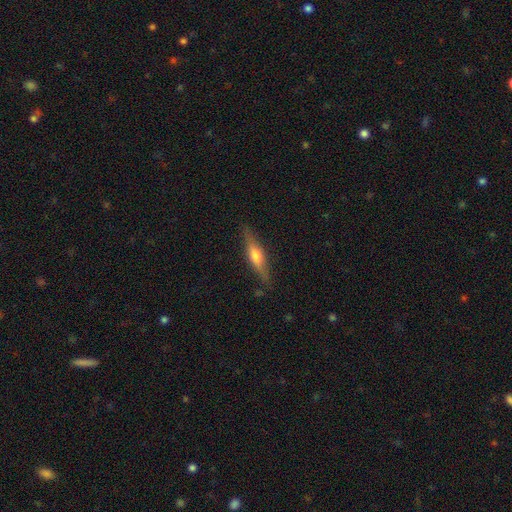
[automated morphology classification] smooth_or_featured: featured or disk (p=0.56) [alt: smooth p=0.38]
disk_edge_on: yes (p=0.93) [alt: no p=0.07]
edge_on_bulge: rounded (p=0.86) [alt: boxy p=0.08]
merging: none (p=0.85) [alt: minor disturbance p=0.12]